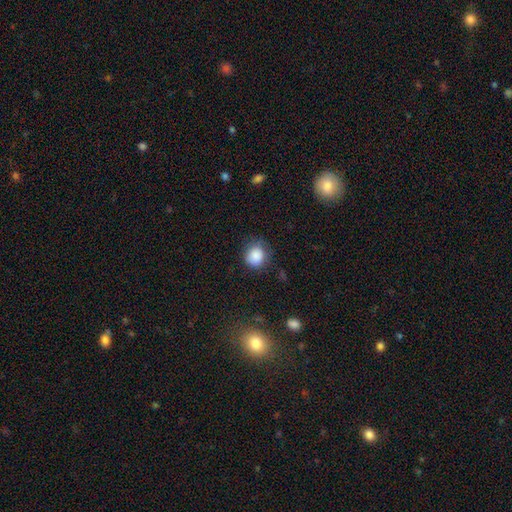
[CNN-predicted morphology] Smooth or featured?
  - smooth: 87% *
  - star or artifact: 9%
  - featured or disk: 4%
How rounded?
  - round: 81% *
  - in between: 18%
  - cigar-shaped: 1%
Merging?
  - none: 71% *
  - minor disturbance: 21%
  - major disturbance: 7%
  - merger: 2%